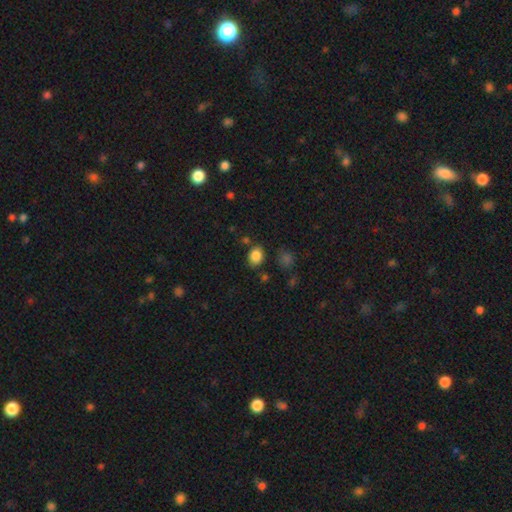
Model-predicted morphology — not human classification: type=smooth (85%); roundness=in between (51%); merging=none (76%).